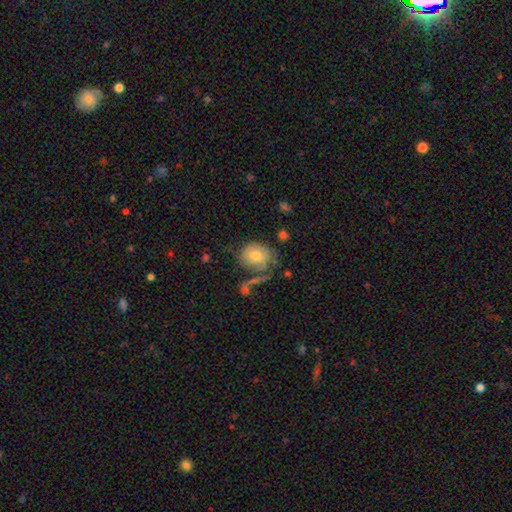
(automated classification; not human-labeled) Smooth or featured? Predicted: smooth (p=0.64). How rounded? Predicted: round (p=0.63). Merging? Predicted: none (p=0.50).